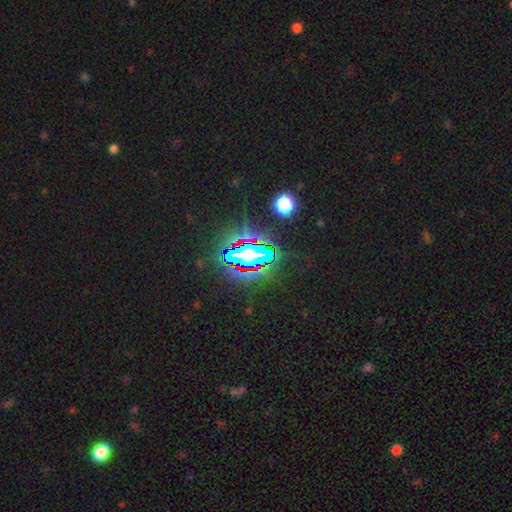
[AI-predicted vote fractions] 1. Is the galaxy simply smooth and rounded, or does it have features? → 68% star or artifact, 18% smooth, 14% featured or disk.